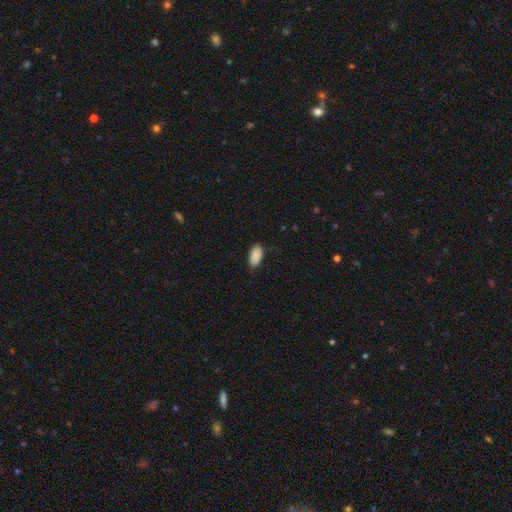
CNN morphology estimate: The model was most divided on "merging": none: 81%, minor disturbance: 16%, major disturbance: 3%, merger: 1%. More confident: how rounded — in between (94%); smooth or featured — smooth (90%).